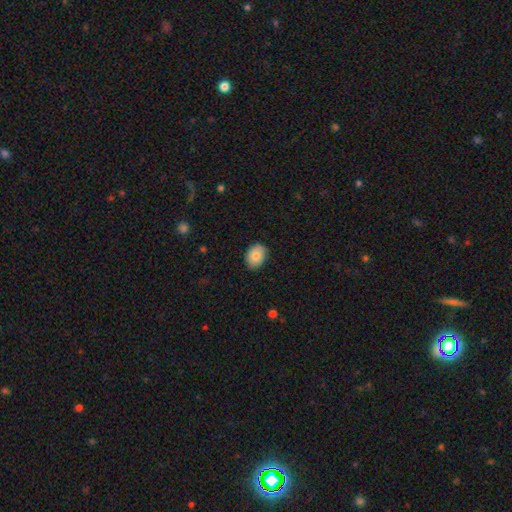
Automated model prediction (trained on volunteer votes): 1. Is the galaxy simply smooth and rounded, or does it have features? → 83% smooth, 10% featured or disk, 7% star or artifact.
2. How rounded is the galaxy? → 71% in between, 28% round, 1% cigar-shaped.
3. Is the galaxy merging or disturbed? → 87% none, 10% minor disturbance, 2% major disturbance, 1% merger.